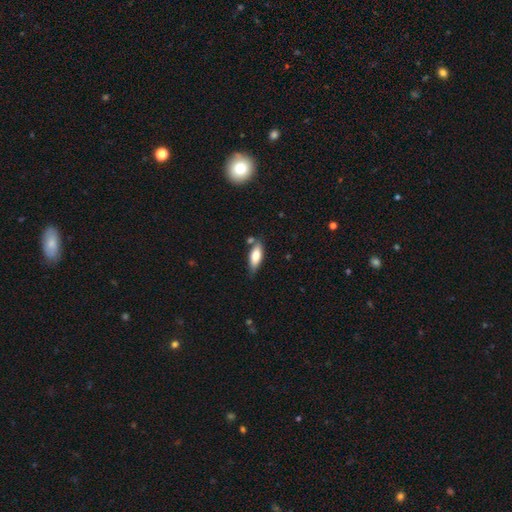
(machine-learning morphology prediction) Smooth or featured?
  - smooth: 73% *
  - featured or disk: 21%
  - star or artifact: 6%
How rounded?
  - in between: 70% *
  - cigar-shaped: 28%
  - round: 2%
Merging?
  - none: 68% *
  - minor disturbance: 20%
  - merger: 8%
  - major disturbance: 4%